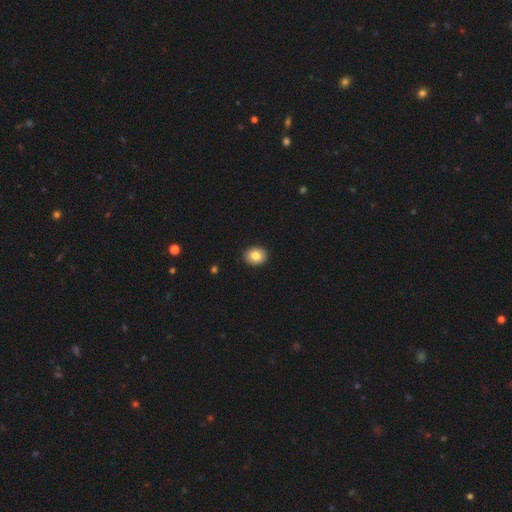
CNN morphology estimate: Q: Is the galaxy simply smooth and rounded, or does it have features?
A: smooth — 84%.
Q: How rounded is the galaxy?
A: round — 59%.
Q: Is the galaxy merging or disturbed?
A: none — 91%.